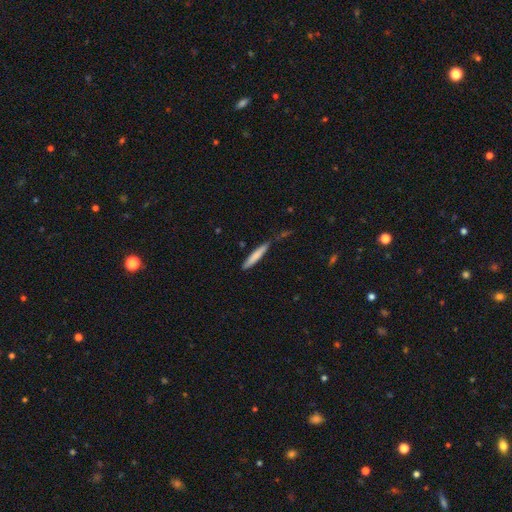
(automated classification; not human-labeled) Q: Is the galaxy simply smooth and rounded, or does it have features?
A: smooth — 74%.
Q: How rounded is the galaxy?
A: cigar-shaped — 93%.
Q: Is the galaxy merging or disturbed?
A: none — 77%.